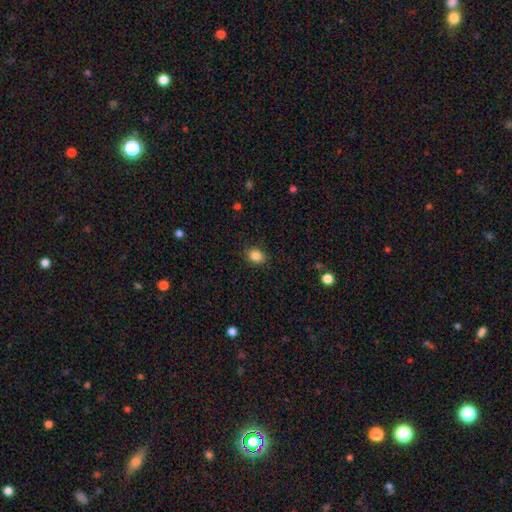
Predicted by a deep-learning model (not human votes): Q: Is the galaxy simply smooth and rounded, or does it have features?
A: smooth — 86%.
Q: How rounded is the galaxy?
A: in between — 54%.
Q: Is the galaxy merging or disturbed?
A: none — 88%.